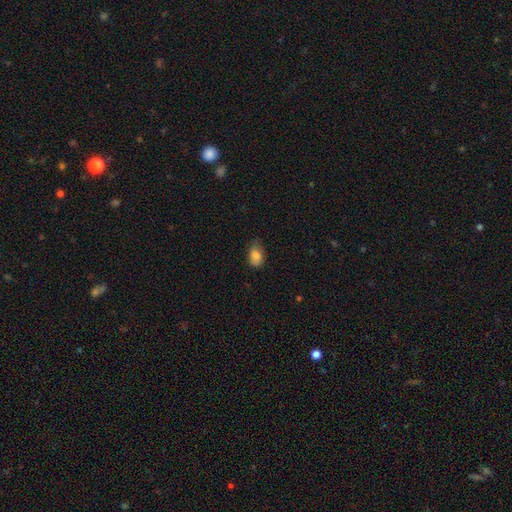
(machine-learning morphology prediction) Q: Smooth or featured?
A: smooth (81%); runner-up: featured or disk (11%)
Q: How rounded?
A: in between (87%); runner-up: round (11%)
Q: Merging?
A: none (61%); runner-up: minor disturbance (31%)